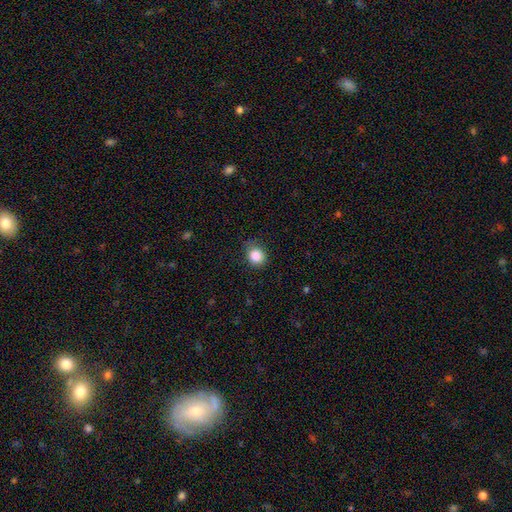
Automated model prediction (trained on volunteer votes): A smooth galaxy with no disk features (86%) that is round (75%).

Vote fractions:
- Smooth or featured? smooth: 86% / star or artifact: 10% / featured or disk: 4%
- How rounded? round: 75% / in between: 24% / cigar-shaped: 1%
- Merging? none: 75% / minor disturbance: 20% / major disturbance: 4% / merger: 1%